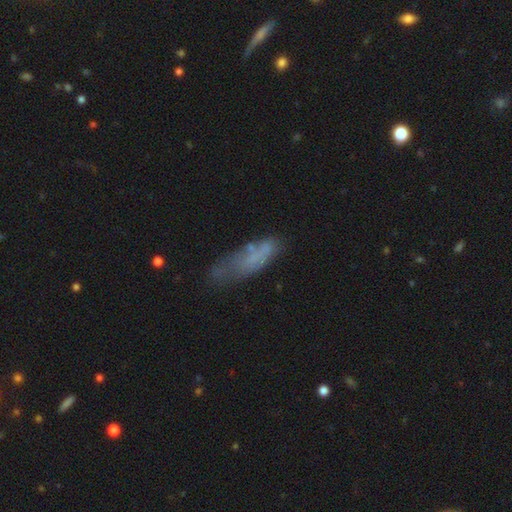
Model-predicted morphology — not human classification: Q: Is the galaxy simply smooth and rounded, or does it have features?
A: smooth — 58%.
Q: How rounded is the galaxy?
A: cigar-shaped — 54%.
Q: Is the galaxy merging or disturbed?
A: none — 47%.